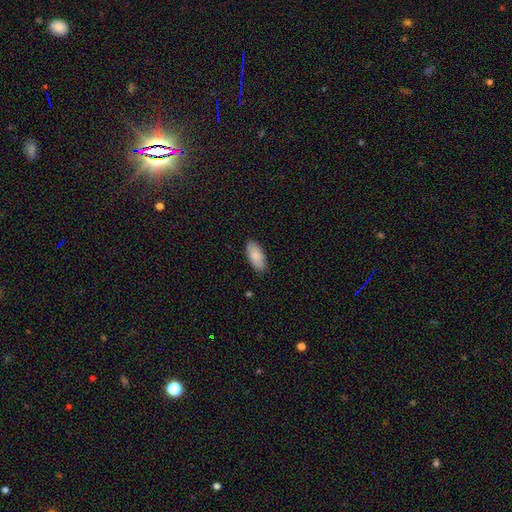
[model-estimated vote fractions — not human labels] smooth-or-featured: smooth: 86% | featured or disk: 8% | star or artifact: 6%
  how-rounded: in between: 90% | cigar-shaped: 8% | round: 2%
  merging: none: 87% | minor disturbance: 10% | major disturbance: 2% | merger: 1%